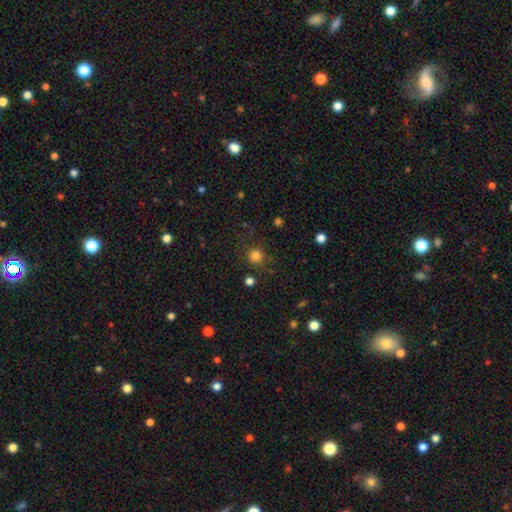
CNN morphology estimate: A smooth galaxy with no disk features (80%) that is round (88%). Merging: none (79%).